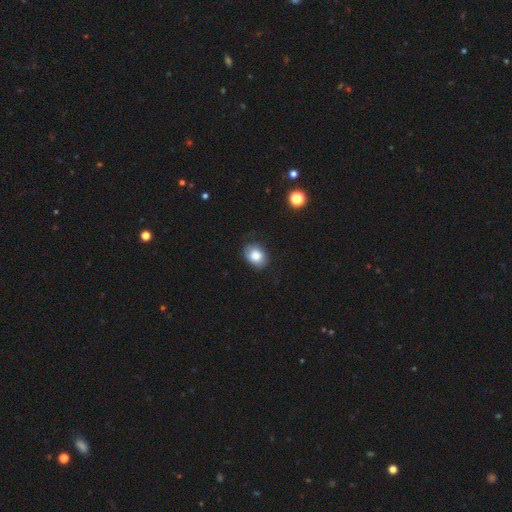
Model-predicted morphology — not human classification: smooth 81%, featured or disk 10%, star or artifact 8%. Down the decision tree: how rounded — in between (55%); merging — none (69%).